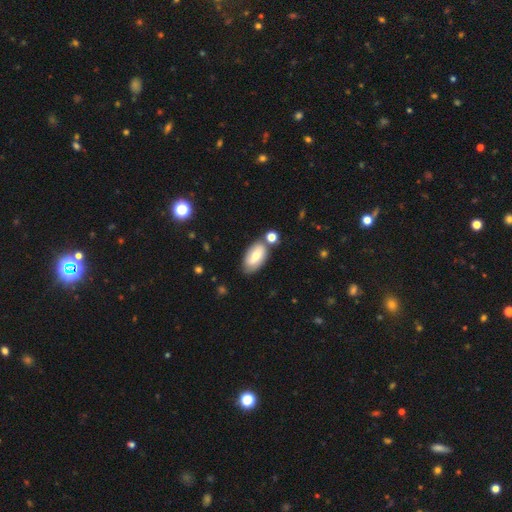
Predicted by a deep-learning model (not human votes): A smooth galaxy with no disk features (67%) that is in between round and cigar-shaped (92%). Merging: none (68%).